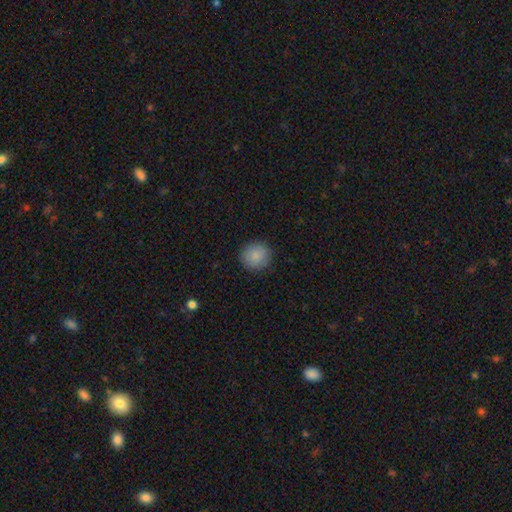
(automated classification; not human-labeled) A smooth galaxy with no disk features (86%) that is round (90%).

Vote fractions:
- Smooth or featured? smooth: 86% / star or artifact: 8% / featured or disk: 6%
- How rounded? round: 90% / in between: 9% / cigar-shaped: 1%
- Merging? none: 89% / minor disturbance: 8% / major disturbance: 2% / merger: 1%